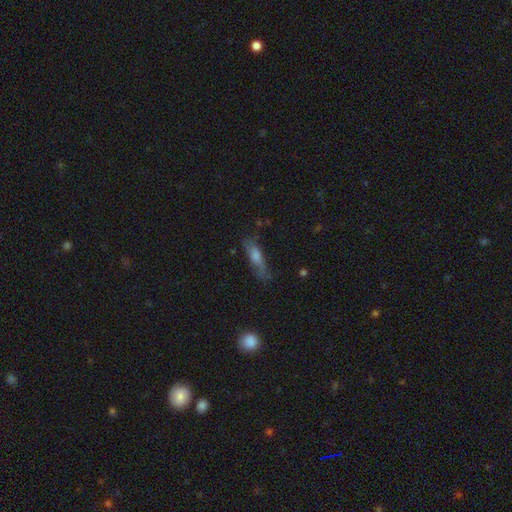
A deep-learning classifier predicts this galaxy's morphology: Overall: smooth (50%; featured or disk 39%). Merging: none (66%).